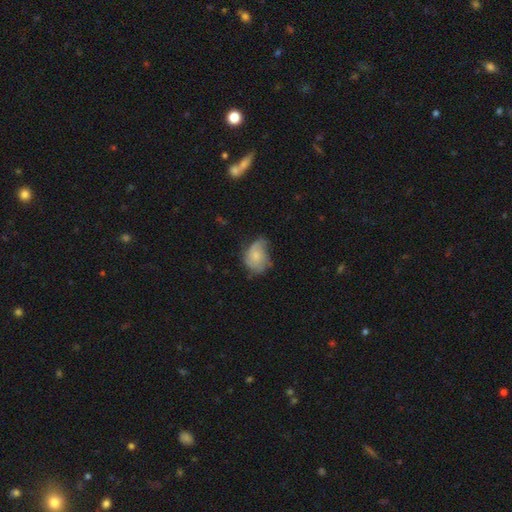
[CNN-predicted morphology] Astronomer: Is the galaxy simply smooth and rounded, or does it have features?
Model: smooth — 57% (runner-up: featured or disk, 35%).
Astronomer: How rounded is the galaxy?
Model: in between — 67%.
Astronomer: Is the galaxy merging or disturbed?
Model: minor disturbance — 39% (runner-up: none, 33%).